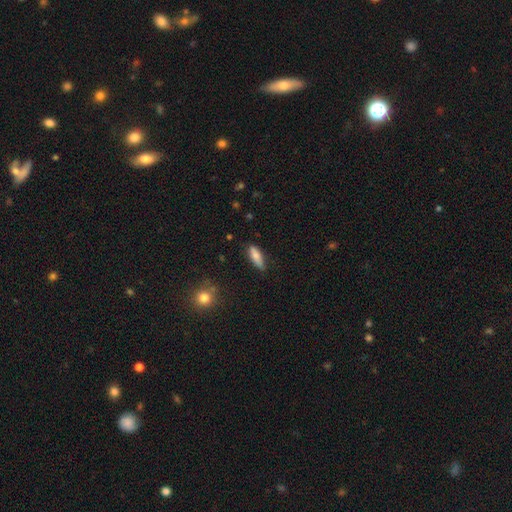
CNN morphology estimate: smooth 80%, featured or disk 13%, star or artifact 7%. Down the decision tree: how rounded — in between (53%); merging — none (73%).